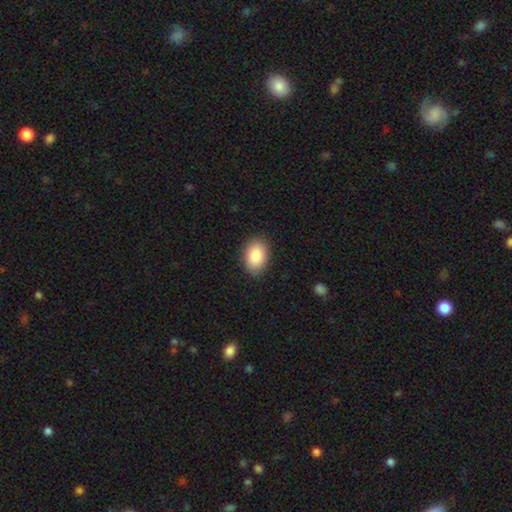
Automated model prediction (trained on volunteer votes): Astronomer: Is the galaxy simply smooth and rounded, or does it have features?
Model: smooth — 86%.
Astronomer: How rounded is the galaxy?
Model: in between — 84%.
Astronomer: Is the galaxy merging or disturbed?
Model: none — 87%.